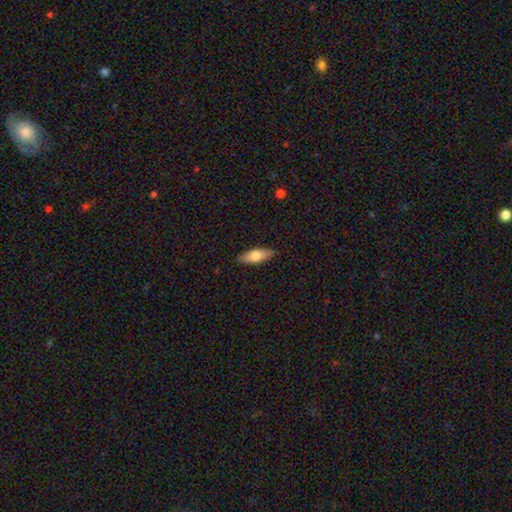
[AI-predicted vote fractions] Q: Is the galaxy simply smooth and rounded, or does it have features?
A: smooth — 74%.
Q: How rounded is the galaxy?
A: in between — 63%.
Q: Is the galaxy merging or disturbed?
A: none — 88%.